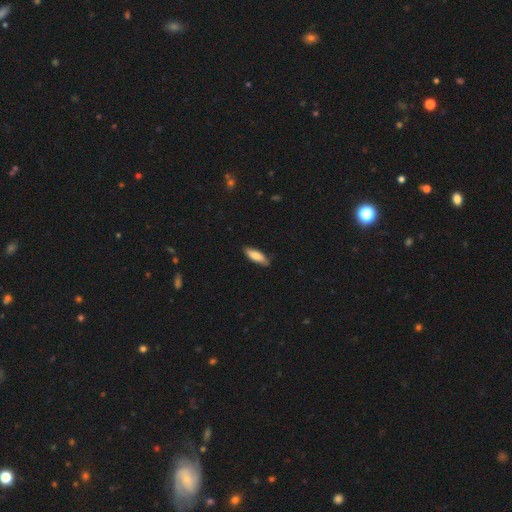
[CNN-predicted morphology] Smooth or featured? Predicted: smooth (p=0.80). How rounded? Predicted: in between (p=0.55). Merging? Predicted: none (p=0.83).